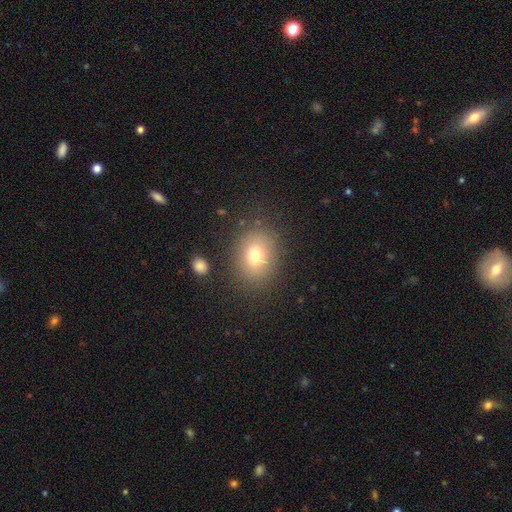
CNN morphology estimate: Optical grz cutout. It shows a smooth galaxy with no disk features (73%) that is round (52%). Merging: none (83%).